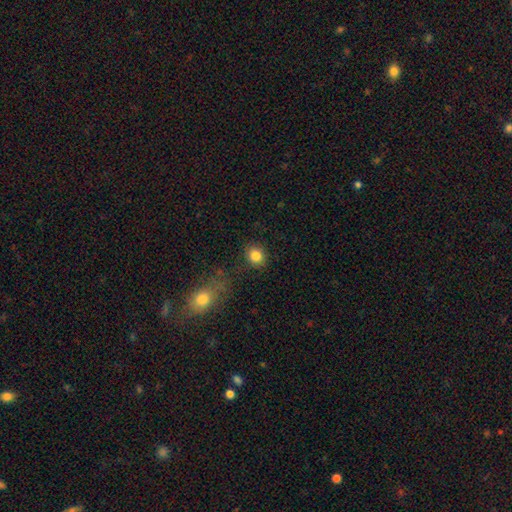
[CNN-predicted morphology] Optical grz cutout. It shows a smooth galaxy with no disk features (84%) that is round (70%). Merging: none (85%).